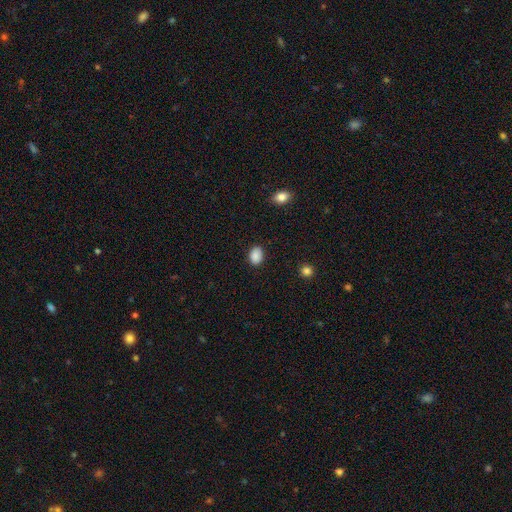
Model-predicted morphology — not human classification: A smooth galaxy with no disk features (89%) that is in between round and cigar-shaped (74%).

Vote fractions:
- Smooth or featured? smooth: 89% / star or artifact: 8% / featured or disk: 3%
- How rounded? in between: 74% / round: 25% / cigar-shaped: 1%
- Merging? none: 88% / minor disturbance: 9% / major disturbance: 2% / merger: 1%